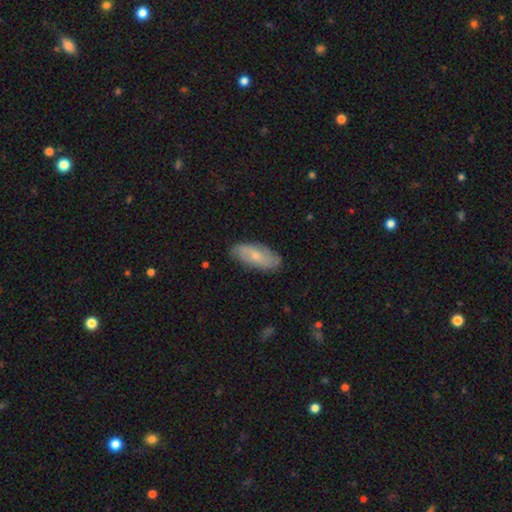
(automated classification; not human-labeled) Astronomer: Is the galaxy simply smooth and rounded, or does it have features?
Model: smooth — 51% (runner-up: featured or disk, 42%).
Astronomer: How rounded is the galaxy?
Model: in between — 80%.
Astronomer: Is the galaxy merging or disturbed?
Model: none — 81%.